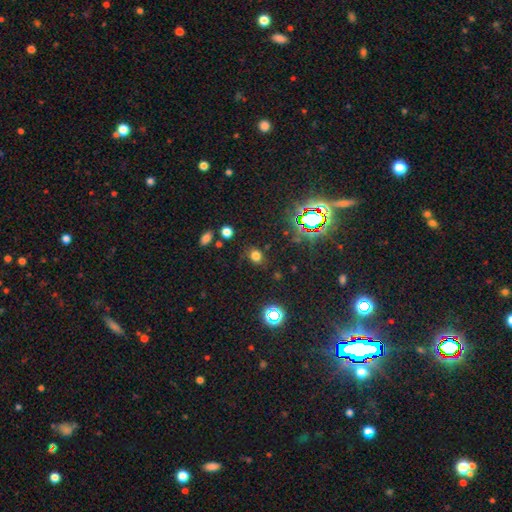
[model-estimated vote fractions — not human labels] Smooth or featured? smooth (68%)
How rounded? round (62%)
Merging? none (78%)